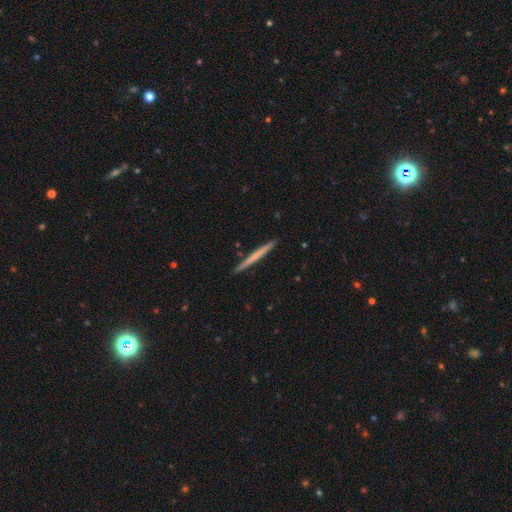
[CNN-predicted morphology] smooth-or-featured: smooth: 54% | featured or disk: 41% | star or artifact: 5%
  how-rounded: cigar-shaped: 97% | in between: 1% | round: 1%
  merging: none: 92% | minor disturbance: 5% | merger: 1% | major disturbance: 1%